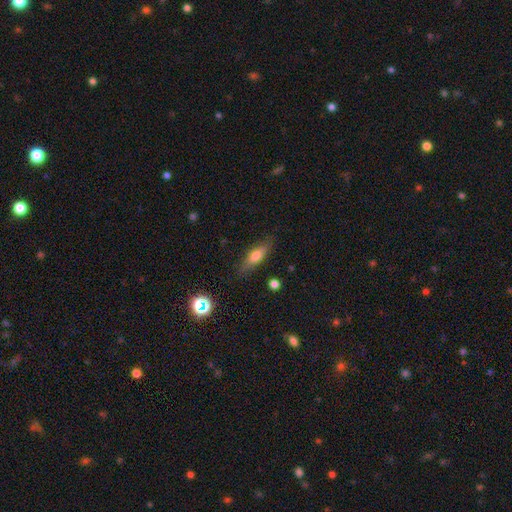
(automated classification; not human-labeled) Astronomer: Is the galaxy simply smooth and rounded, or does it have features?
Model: smooth — 63%.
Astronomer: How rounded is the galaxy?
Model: in between — 51% (runner-up: cigar-shaped, 45%).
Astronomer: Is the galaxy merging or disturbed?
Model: none — 81%.